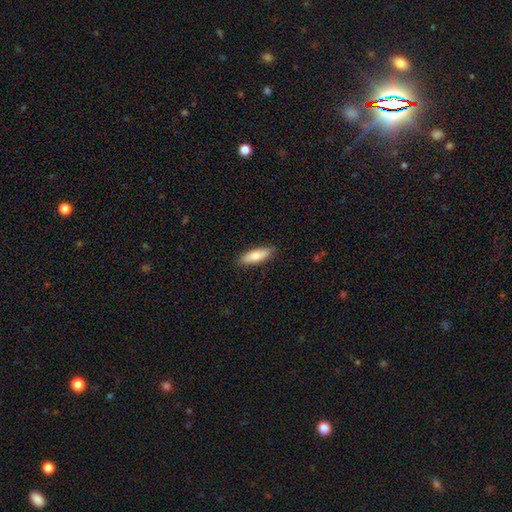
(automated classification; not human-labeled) A smooth galaxy with no disk features (78%) that is in between round and cigar-shaped (53%). Merging: none (88%).